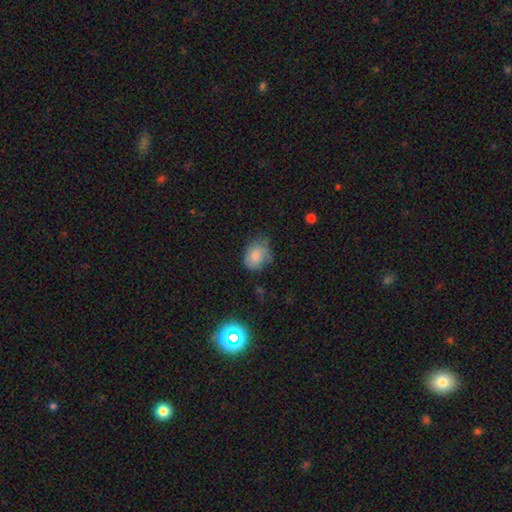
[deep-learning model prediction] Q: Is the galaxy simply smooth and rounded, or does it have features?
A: smooth — 79%.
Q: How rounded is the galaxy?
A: round — 50%.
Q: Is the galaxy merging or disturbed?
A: none — 53%.